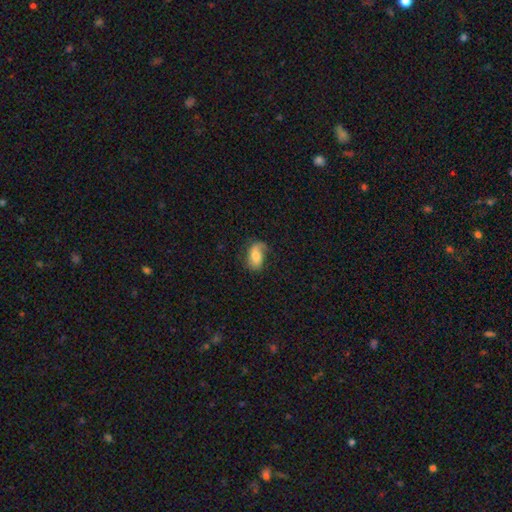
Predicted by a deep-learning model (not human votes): smooth-or-featured: smooth: 53% | featured or disk: 39% | star or artifact: 8%
  how-rounded: in between: 88% | round: 9% | cigar-shaped: 3%
  merging: none: 56% | minor disturbance: 28% | major disturbance: 14% | merger: 2%